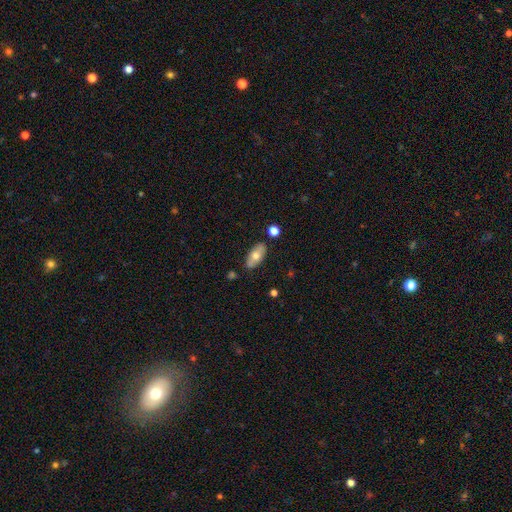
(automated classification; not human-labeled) This is likely a smooth galaxy (63%). How rounded: clearly in between (89%). Merging: clearly none (81%).